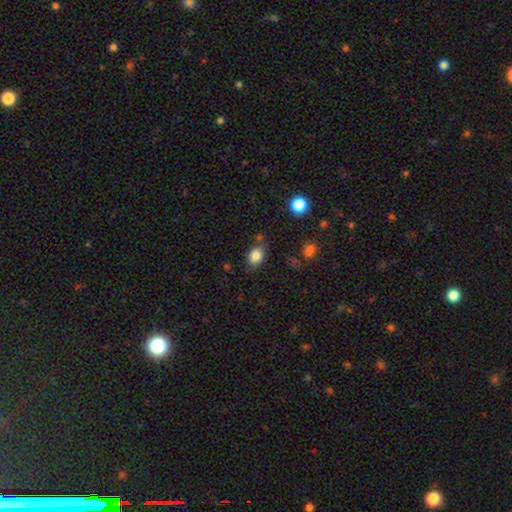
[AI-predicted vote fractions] smooth 84%, star or artifact 10%, featured or disk 6%. Down the decision tree: how rounded — in between (70%); merging — none (73%).